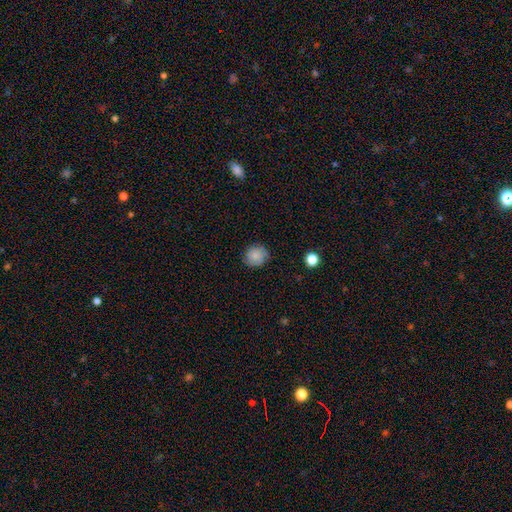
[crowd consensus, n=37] A smooth galaxy with no disk features (86%) that is round (78%). Merging: none (86%).